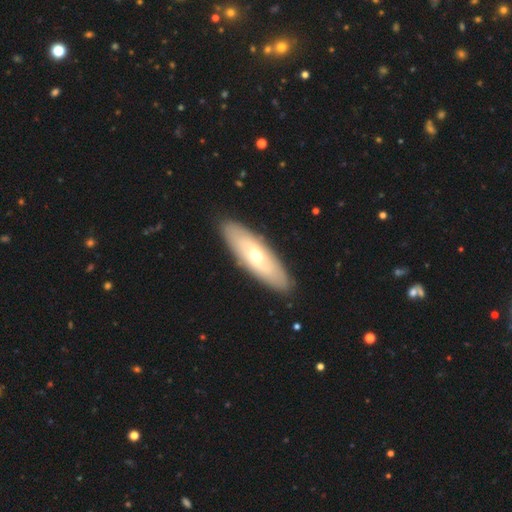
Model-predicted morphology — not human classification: Smooth or featured? featured or disk (55%)
Edge-on disk? no (72%)
Merging? none (89%)